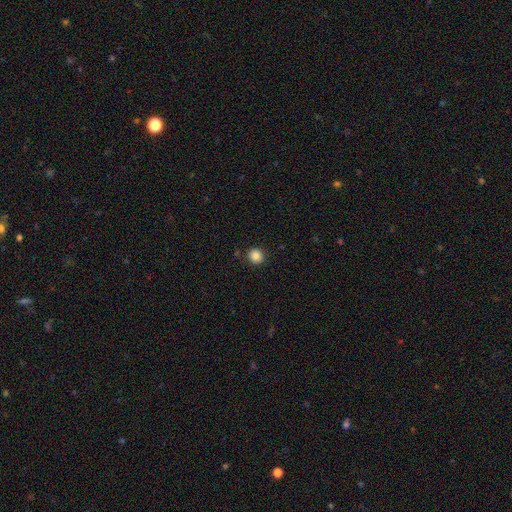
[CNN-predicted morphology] smooth 86%, star or artifact 10%, featured or disk 4%. Down the decision tree: how rounded — round (87%); merging — none (88%).